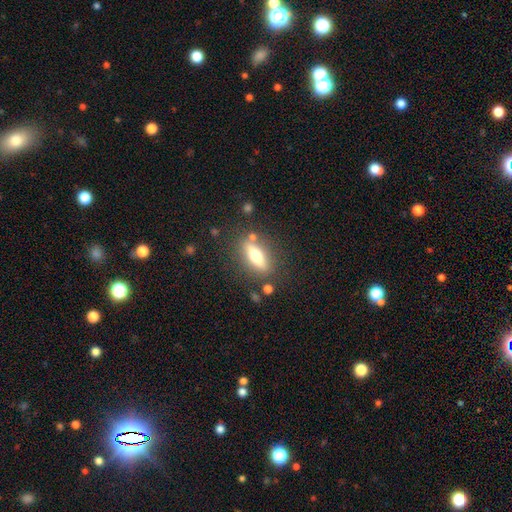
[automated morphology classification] Smooth or featured?
  - smooth: 55% *
  - featured or disk: 38%
  - star or artifact: 8%
How rounded?
  - in between: 55% *
  - cigar-shaped: 41%
  - round: 4%
Merging?
  - none: 79% *
  - minor disturbance: 12%
  - merger: 5%
  - major disturbance: 4%